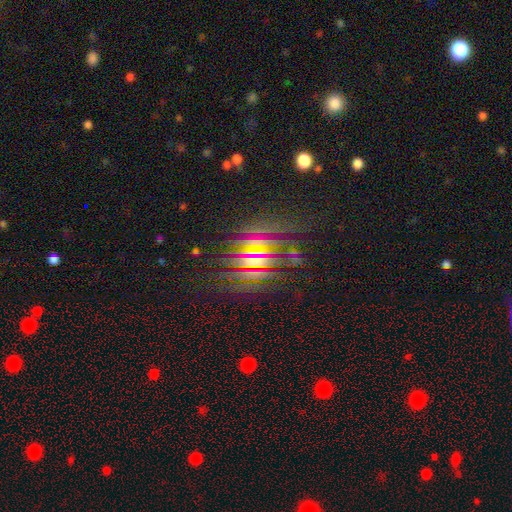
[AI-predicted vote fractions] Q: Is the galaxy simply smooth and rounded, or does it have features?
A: star or artifact — 63%.